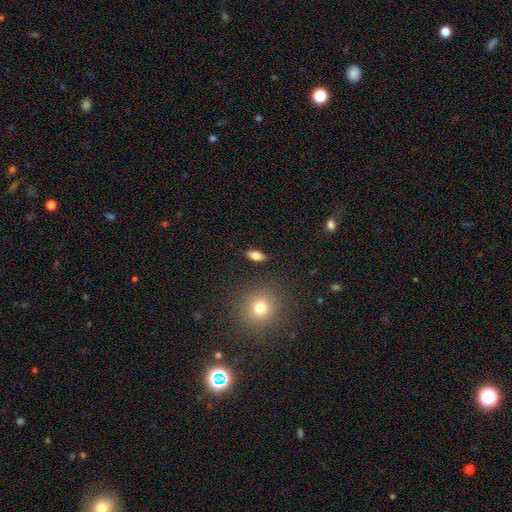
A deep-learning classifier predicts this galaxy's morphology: Smooth or featured? Predicted: smooth (p=0.80). How rounded? Predicted: in between (p=0.84). Merging? Predicted: none (p=0.87).